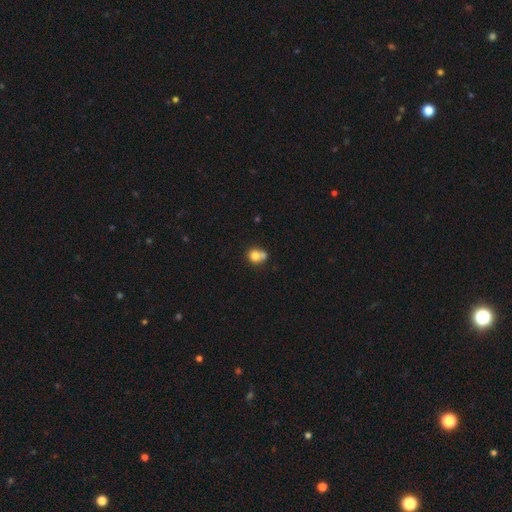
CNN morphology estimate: type=smooth (76%); roundness=round (73%); merging=merger (41%).